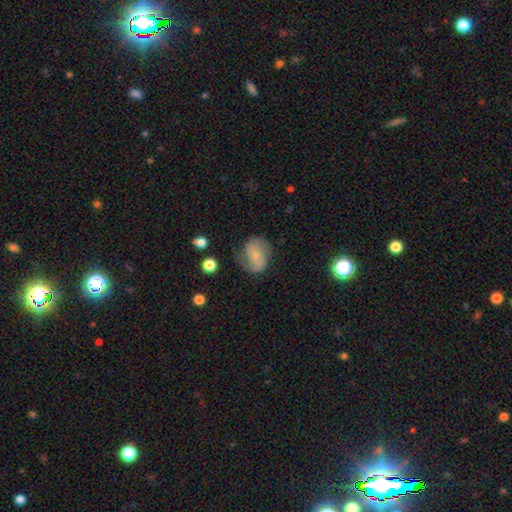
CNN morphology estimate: A featured or disk galaxy (58%) with no bar (42%), spiral arms (83%) and a small central bulge (67%).

Vote fractions:
- Smooth or featured? featured or disk: 58% / smooth: 34% / star or artifact: 8%
- Edge-on disk? no: 97% / yes: 3%
- Bar? no: 42% / weak: 41% / strong: 17%
- Spiral arms? yes: 83% / no: 17%
- Bulge size? small: 67% / moderate: 24% / none: 7% / large: 2% / dominant: 1%
- Merging? none: 61% / minor disturbance: 24% / major disturbance: 13% / merger: 2%